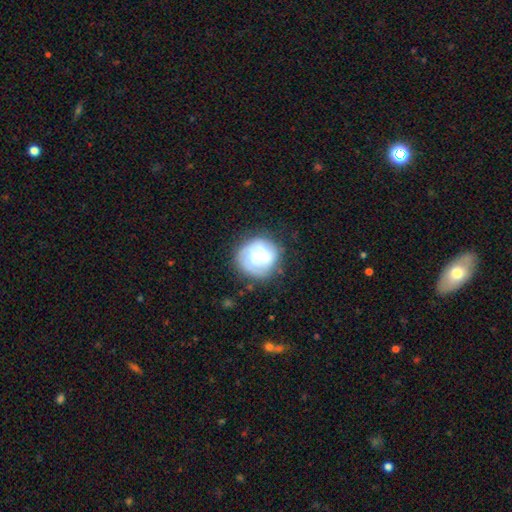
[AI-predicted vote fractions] This appears to be a smooth galaxy with no disk features (51%) that is round (87%). Merging: none (70%).